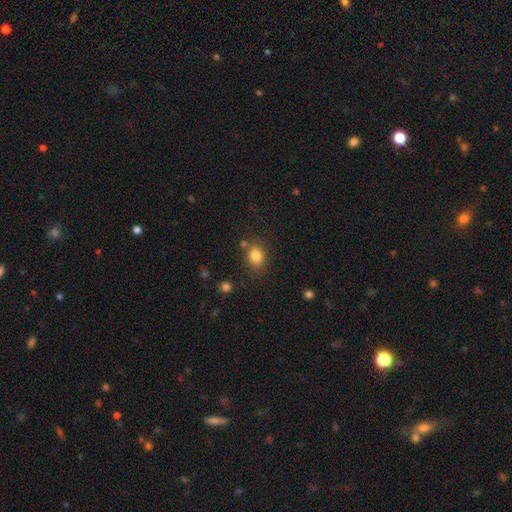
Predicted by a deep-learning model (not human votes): Overall: smooth (82%). How rounded: round (51%; in between 48%). Merging: none (75%).